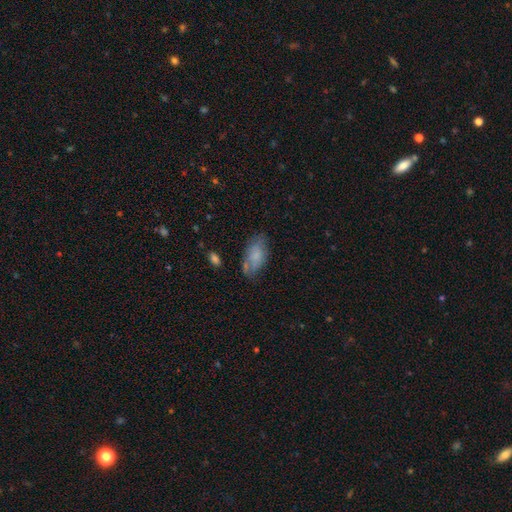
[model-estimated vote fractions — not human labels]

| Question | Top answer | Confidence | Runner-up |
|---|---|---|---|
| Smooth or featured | smooth | 69% | featured or disk (23%) |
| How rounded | in between | 92% | cigar-shaped (5%) |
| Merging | none | 62% | minor disturbance (25%) |